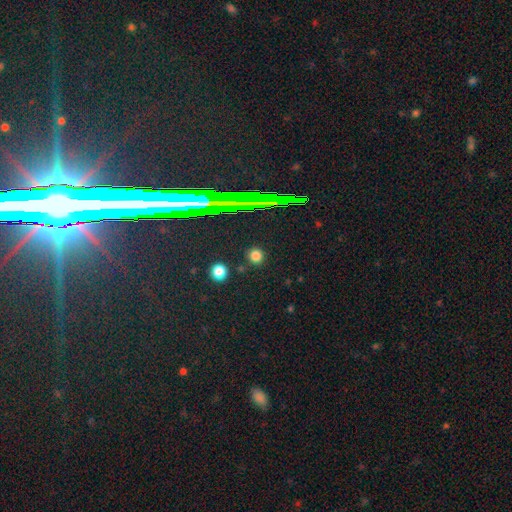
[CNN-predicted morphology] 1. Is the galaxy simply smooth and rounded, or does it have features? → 74% smooth, 21% star or artifact, 5% featured or disk.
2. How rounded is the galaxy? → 86% round, 12% in between, 1% cigar-shaped.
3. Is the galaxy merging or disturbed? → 86% none, 7% minor disturbance, 4% merger, 3% major disturbance.